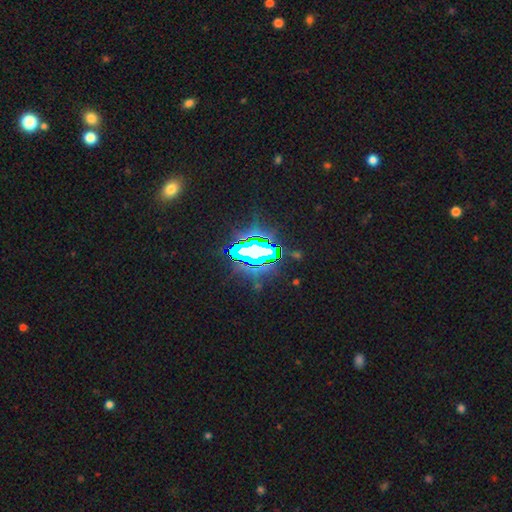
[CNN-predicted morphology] Smooth or featured: star or artifact — 83% (smooth — 10%)